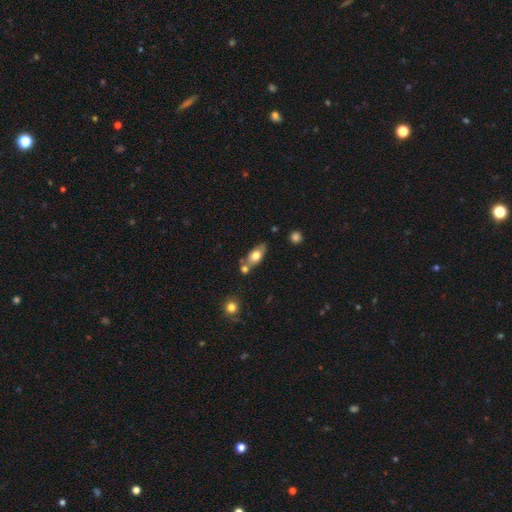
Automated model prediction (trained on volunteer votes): Q: Smooth or featured?
A: smooth (70%); runner-up: featured or disk (23%)
Q: How rounded?
A: in between (84%); runner-up: cigar-shaped (9%)
Q: Merging?
A: none (59%); runner-up: merger (22%)